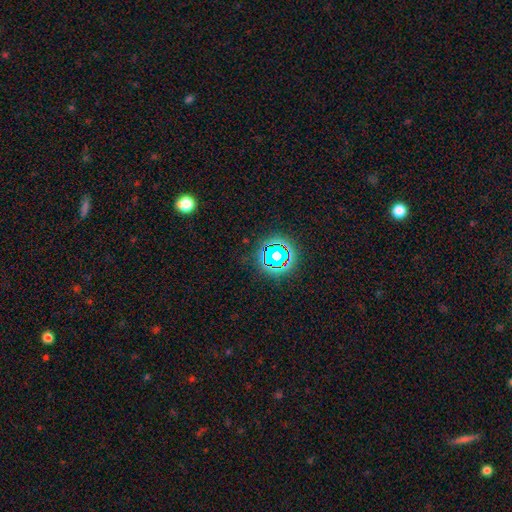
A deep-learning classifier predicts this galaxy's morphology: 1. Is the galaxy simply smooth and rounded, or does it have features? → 76% star or artifact, 17% smooth, 8% featured or disk.